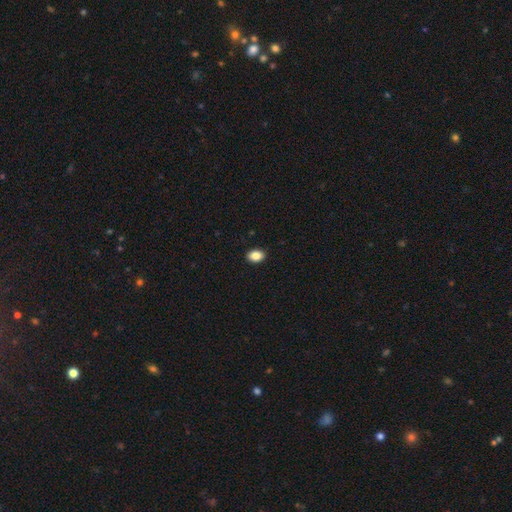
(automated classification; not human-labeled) The model was most divided on "how rounded": in between: 78%, round: 21%, cigar-shaped: 1%. More confident: merging — none (91%); smooth or featured — smooth (86%).